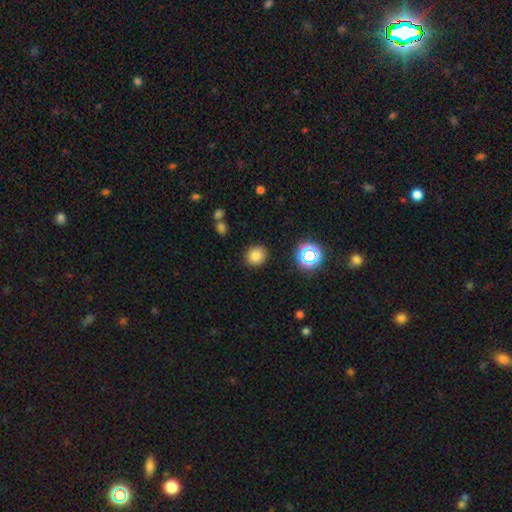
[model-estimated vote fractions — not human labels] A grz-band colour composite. It shows a smooth galaxy with no disk features (80%) that is round (75%). Merging: none (87%).